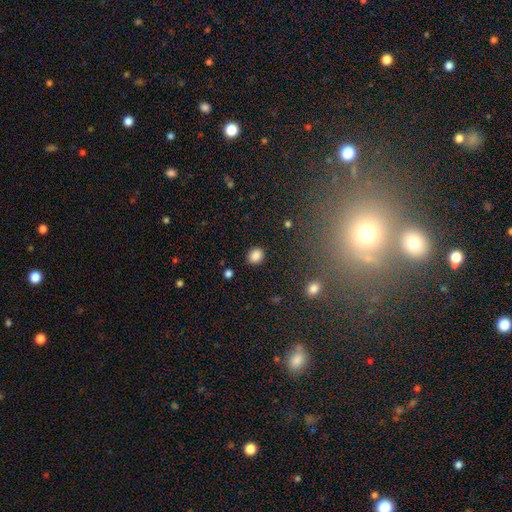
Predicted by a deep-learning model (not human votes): smooth_or_featured: smooth (p=0.86) [alt: star or artifact p=0.10]
how_rounded: round (p=0.65) [alt: in between p=0.34]
merging: none (p=0.88) [alt: minor disturbance p=0.08]